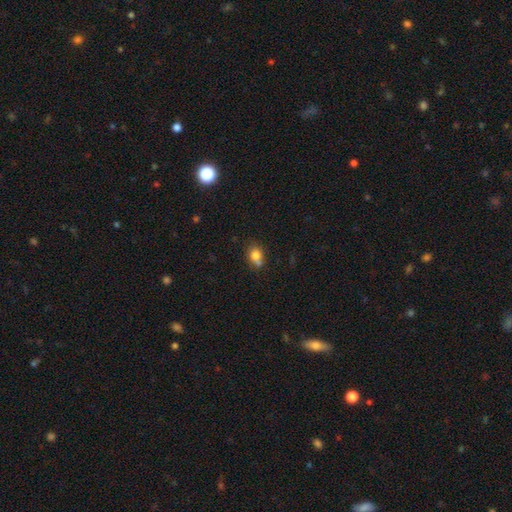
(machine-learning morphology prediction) A smooth galaxy with no disk features (79%) that is round (54%). Merging: none (52%).